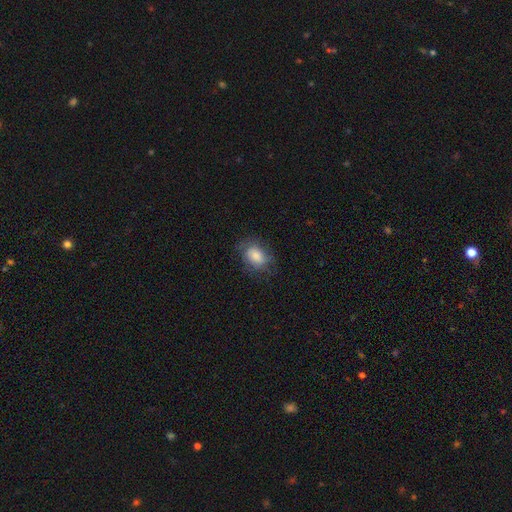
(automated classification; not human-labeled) Smooth or featured? smooth (76%)
How rounded? in between (70%)
Merging? none (69%)